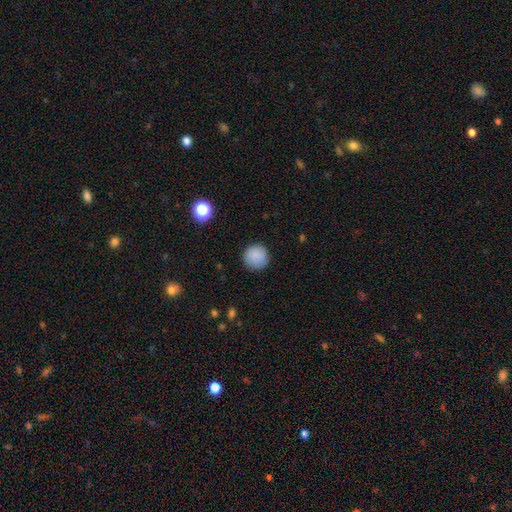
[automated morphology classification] Smooth or featured: smooth — 87% (star or artifact — 9%)
How rounded: round — 94% (in between — 5%)
Merging: none — 85% (minor disturbance — 11%)